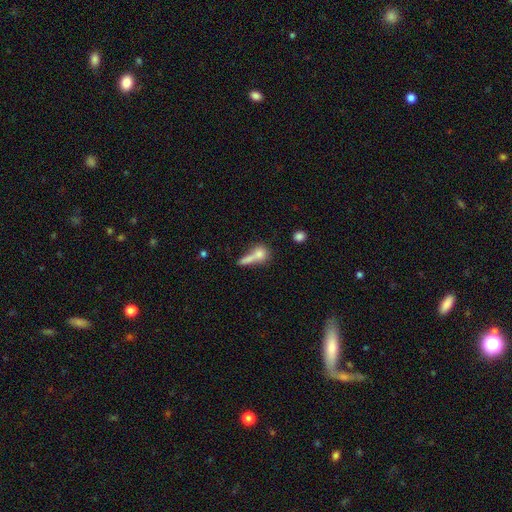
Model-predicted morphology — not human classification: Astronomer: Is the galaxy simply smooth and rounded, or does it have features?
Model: smooth — 71%.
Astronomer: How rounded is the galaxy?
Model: round — 37% (runner-up: in between, 34%).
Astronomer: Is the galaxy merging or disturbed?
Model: merger — 47% (runner-up: none, 32%).